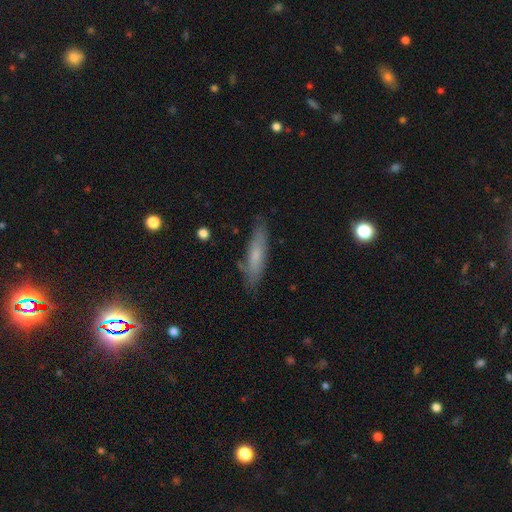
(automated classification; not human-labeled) Q: Smooth or featured?
A: smooth (62%); runner-up: featured or disk (31%)
Q: How rounded?
A: cigar-shaped (75%); runner-up: in between (23%)
Q: Merging?
A: none (79%); runner-up: minor disturbance (16%)